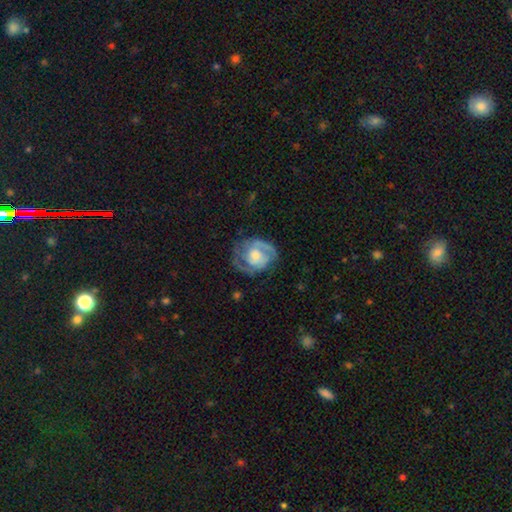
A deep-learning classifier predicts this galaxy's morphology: smooth_or_featured: featured or disk (p=0.78) [alt: smooth p=0.17]
disk_edge_on: no (p=0.98) [alt: yes p=0.02]
bar: no (p=0.69) [alt: weak p=0.25]
has_spiral_arms: yes (p=0.90) [alt: no p=0.10]
spiral_winding: tight (p=0.49) [alt: medium p=0.39]
spiral_arm_count: 2 (p=0.64) [alt: can't tell p=0.15]
bulge_size: moderate (p=0.52) [alt: small p=0.29]
merging: none (p=0.65) [alt: minor disturbance p=0.21]